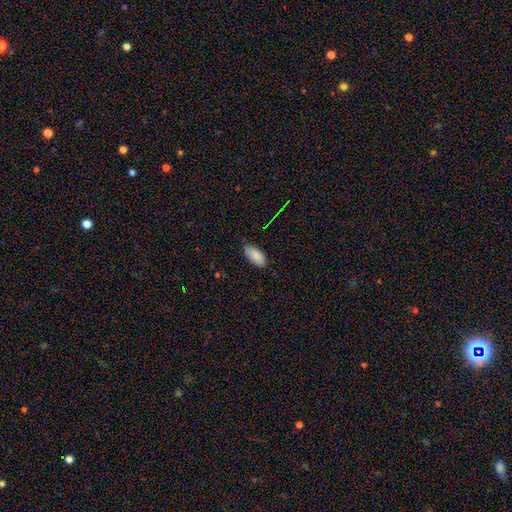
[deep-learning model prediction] Smooth or featured? Predicted: smooth (p=0.86). How rounded? Predicted: in between (p=0.92). Merging? Predicted: none (p=0.81).